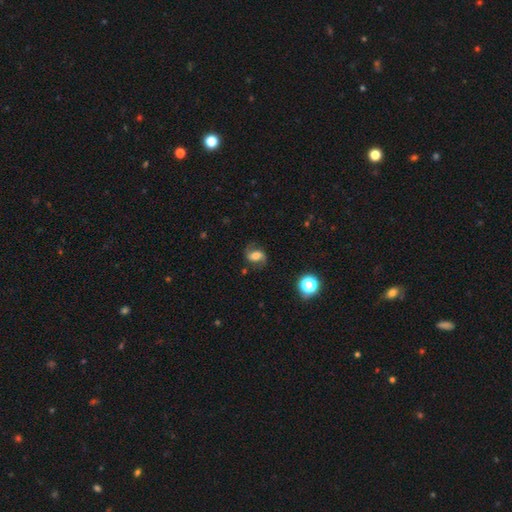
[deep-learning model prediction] This is likely a featured or disk galaxy (60%). It is clearly not viewed edge-on (97%). Bar: marginally weak (41%). Spiral arm pattern: clearly yes (91%). Spiral arm count: clearly 2 (90%). Spiral winding: possibly loose (46%). Central bulge: marginally moderate (43%). Merging: likely none (73%).